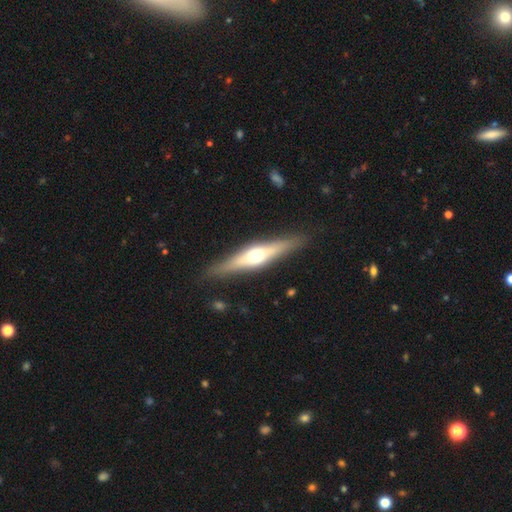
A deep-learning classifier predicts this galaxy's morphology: The model was most divided on "smooth or featured": featured or disk: 61%, smooth: 33%, star or artifact: 6%. More confident: edge-on disk — yes (93%); edge-on bulge — rounded (91%); merging — none (87%).